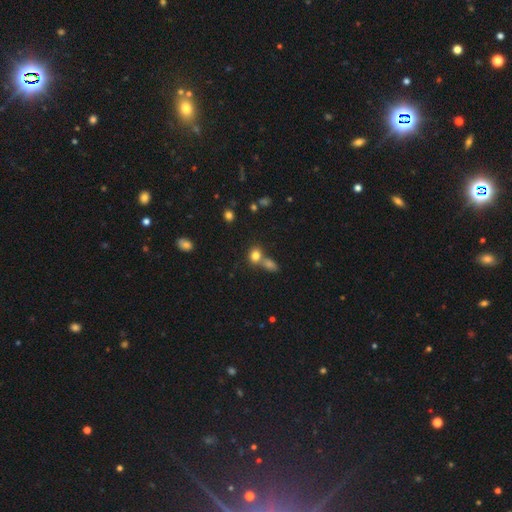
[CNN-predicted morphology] This is likely a smooth galaxy (79%). How rounded: possibly round (58%). Merging: possibly none (46%).